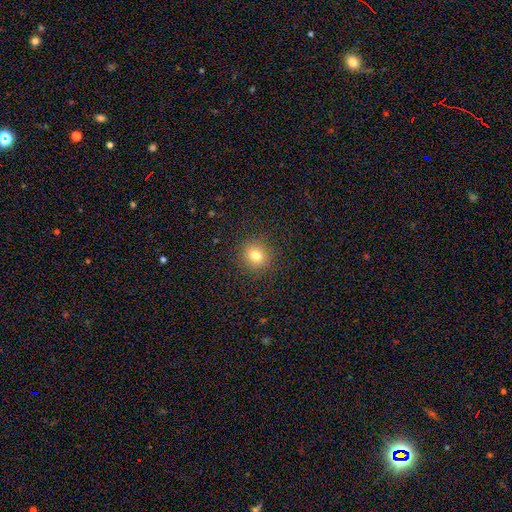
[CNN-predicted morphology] Smooth or featured?
  - smooth: 79% *
  - star or artifact: 13%
  - featured or disk: 8%
How rounded?
  - round: 88% *
  - in between: 11%
  - cigar-shaped: 1%
Merging?
  - none: 90% *
  - minor disturbance: 6%
  - major disturbance: 3%
  - merger: 1%